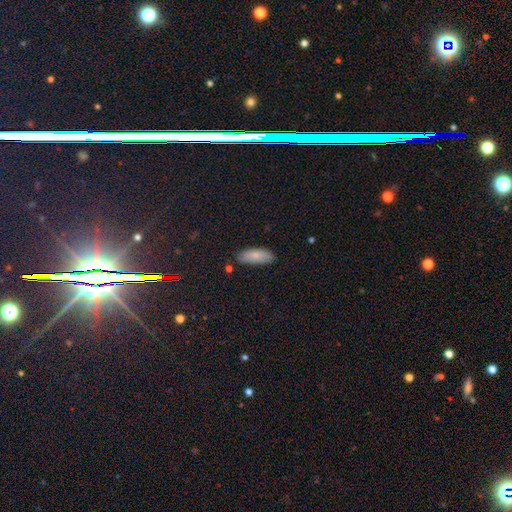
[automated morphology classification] Overall: smooth (81%). How rounded: in between (74%). Merging: none (79%).